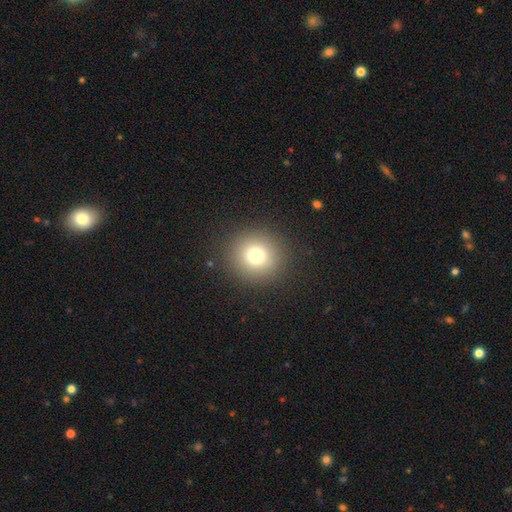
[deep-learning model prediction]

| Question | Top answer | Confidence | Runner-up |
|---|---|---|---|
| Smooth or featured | smooth | 77% | star or artifact (14%) |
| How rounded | round | 93% | in between (6%) |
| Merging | none | 90% | minor disturbance (6%) |